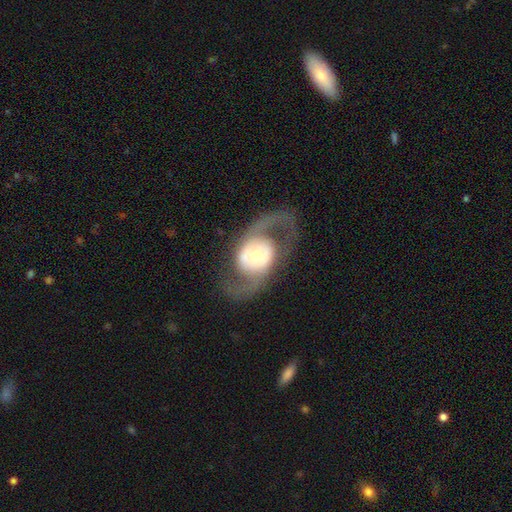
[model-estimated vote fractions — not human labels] The model was most divided on "spiral winding": medium: 46%, loose: 41%, tight: 13%. More confident: edge-on disk — no (94%); spiral arm count — 2 (90%); spiral arms — yes (80%); smooth or featured — featured or disk (80%); merging — none (69%); bar — no (60%); bulge size — moderate (55%).